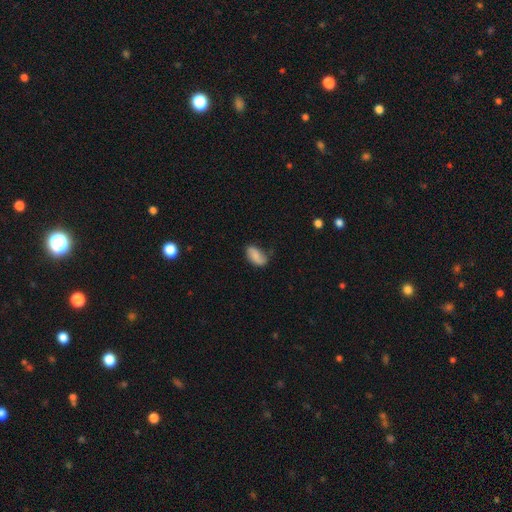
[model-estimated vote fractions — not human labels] This appears to be a smooth galaxy with no disk features (77%) that is in between round and cigar-shaped (93%). Merging: none (59%).